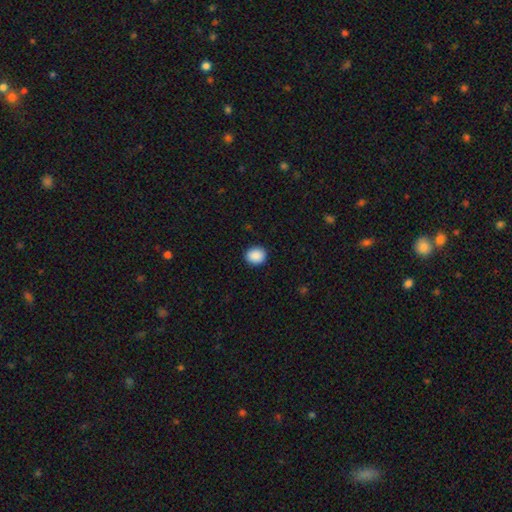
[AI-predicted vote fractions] Smooth or featured: smooth — 90% (star or artifact — 8%)
How rounded: round — 72% (in between — 27%)
Merging: none — 90% (minor disturbance — 7%)